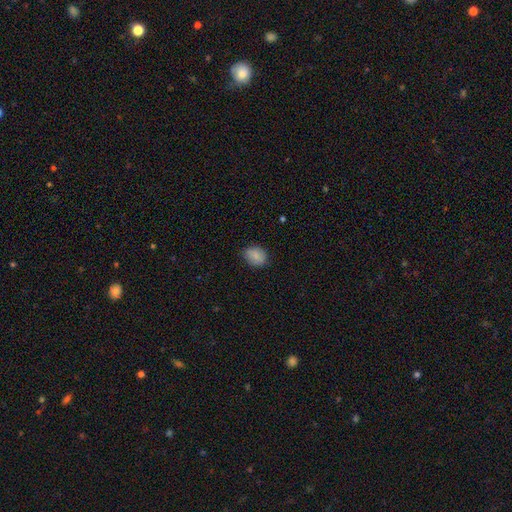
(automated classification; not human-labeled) Q: Smooth or featured?
A: smooth (84%); runner-up: star or artifact (8%)
Q: How rounded?
A: in between (61%); runner-up: round (38%)
Q: Merging?
A: none (80%); runner-up: minor disturbance (16%)